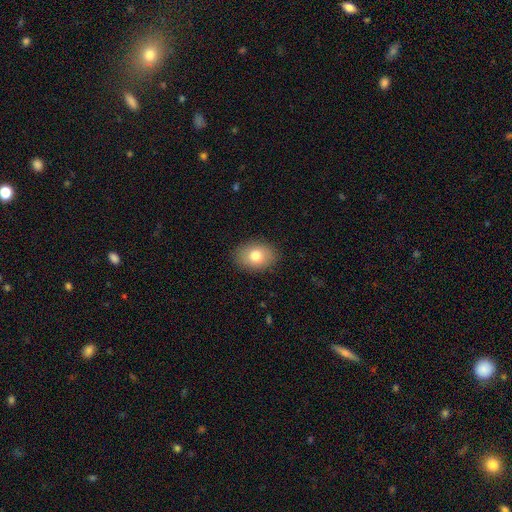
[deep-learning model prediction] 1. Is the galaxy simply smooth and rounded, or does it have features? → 79% smooth, 13% featured or disk, 8% star or artifact.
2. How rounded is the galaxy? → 76% in between, 23% round, 1% cigar-shaped.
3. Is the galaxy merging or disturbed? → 88% none, 9% minor disturbance, 2% major disturbance, 1% merger.